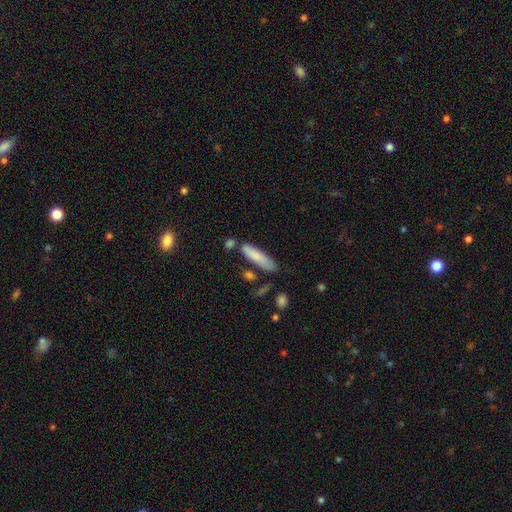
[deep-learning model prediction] Smooth or featured: smooth — 81% (featured or disk — 13%)
How rounded: cigar-shaped — 71% (in between — 27%)
Merging: none — 62% (minor disturbance — 23%)